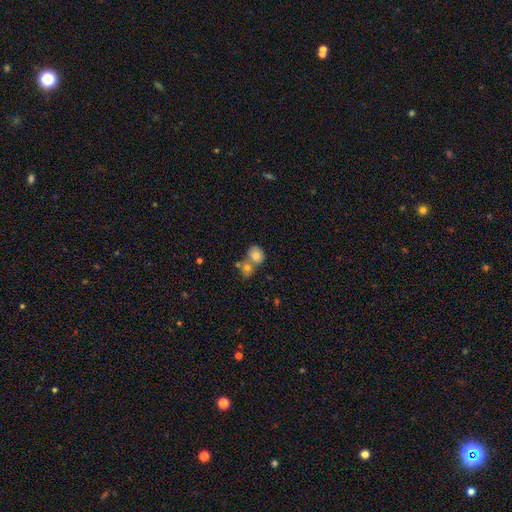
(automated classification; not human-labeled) This appears to be a smooth galaxy with no disk features (77%) that is round (66%). Merging: merger (49%).